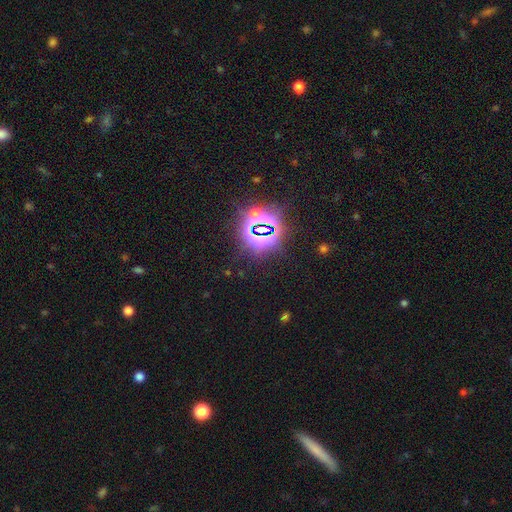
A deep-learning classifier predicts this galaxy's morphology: This appears to be a star or artifact, not a galaxy (82%).